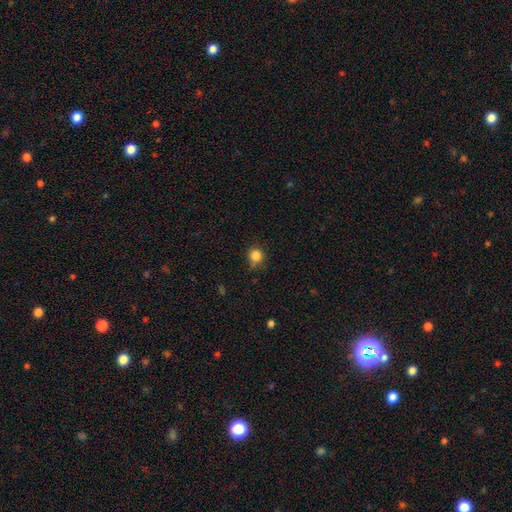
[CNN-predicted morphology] Overall: smooth (84%). How rounded: round (89%). Merging: none (70%).